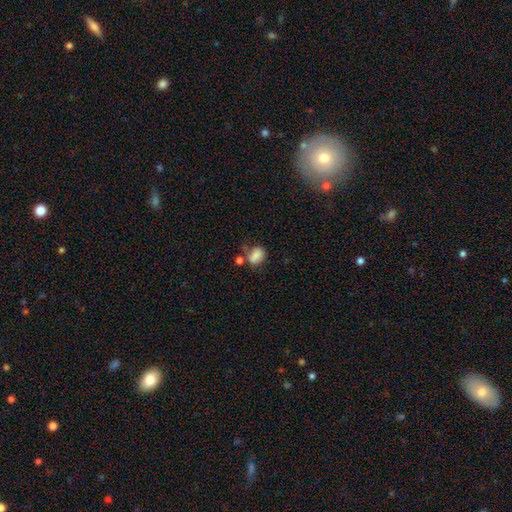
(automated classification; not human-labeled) The model was most divided on "merging": none: 46%, merger: 22%, minor disturbance: 22%, major disturbance: 10%. More confident: smooth or featured — smooth (83%); how rounded — in between (76%).